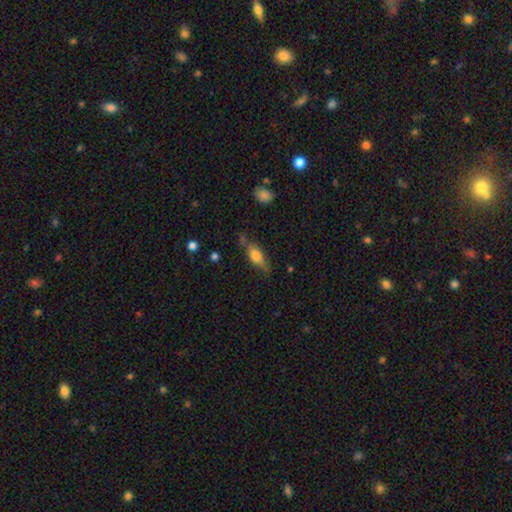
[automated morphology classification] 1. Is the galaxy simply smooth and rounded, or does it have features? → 61% smooth, 31% featured or disk, 8% star or artifact.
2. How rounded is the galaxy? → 67% in between, 27% cigar-shaped, 6% round.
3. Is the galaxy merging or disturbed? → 63% none, 24% minor disturbance, 7% major disturbance, 6% merger.